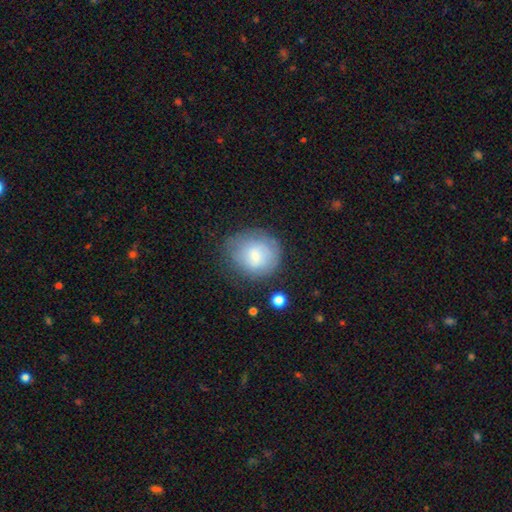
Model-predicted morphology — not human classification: Smooth or featured: smooth — 67% (featured or disk — 25%)
How rounded: round — 82% (in between — 17%)
Merging: none — 67% (minor disturbance — 21%)